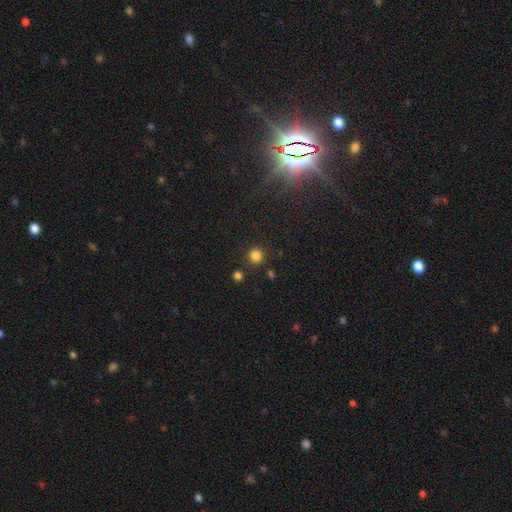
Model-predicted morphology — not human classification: smooth_or_featured: smooth (p=0.82) [alt: star or artifact p=0.14]
how_rounded: round (p=0.92) [alt: in between p=0.07]
merging: none (p=0.88) [alt: minor disturbance p=0.06]